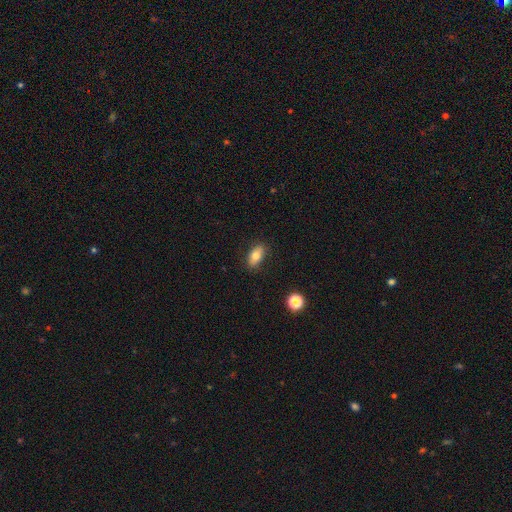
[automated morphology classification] smooth-or-featured: smooth: 76% | featured or disk: 15% | star or artifact: 9%
  how-rounded: in between: 86% | round: 7% | cigar-shaped: 7%
  merging: none: 86% | minor disturbance: 11% | major disturbance: 2% | merger: 1%